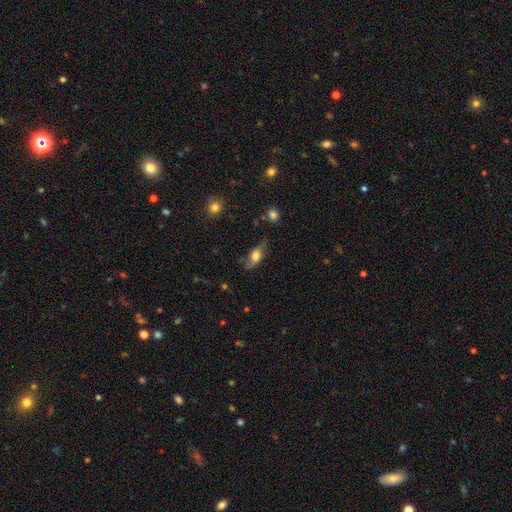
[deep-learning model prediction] This is possibly a smooth galaxy (53%). How rounded: likely in between (75%). Merging: likely none (63%).